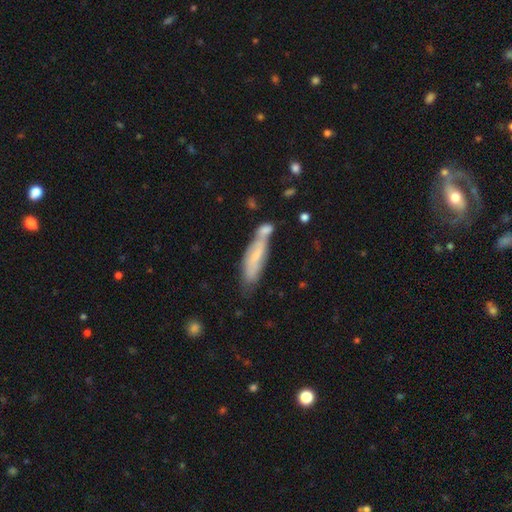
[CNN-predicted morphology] A smooth galaxy with no disk features (52%) that is cigar-shaped (66%). Merging: none (37%).